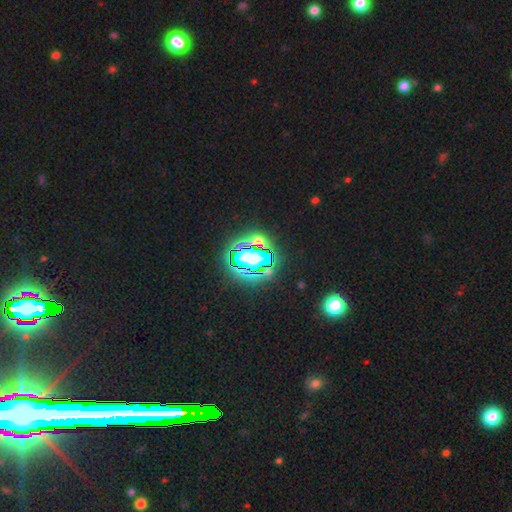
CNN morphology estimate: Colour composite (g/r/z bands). It shows a star or artifact, not a galaxy (63%).